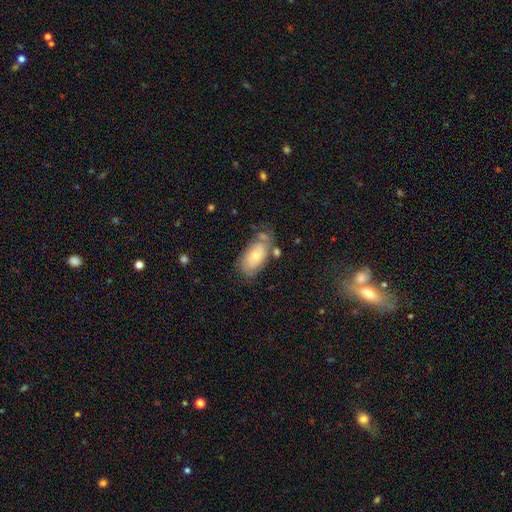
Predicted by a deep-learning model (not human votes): smooth_or_featured: smooth (p=0.54) [alt: featured or disk p=0.39]
how_rounded: in between (p=0.92) [alt: round p=0.05]
merging: none (p=0.50) [alt: minor disturbance p=0.25]